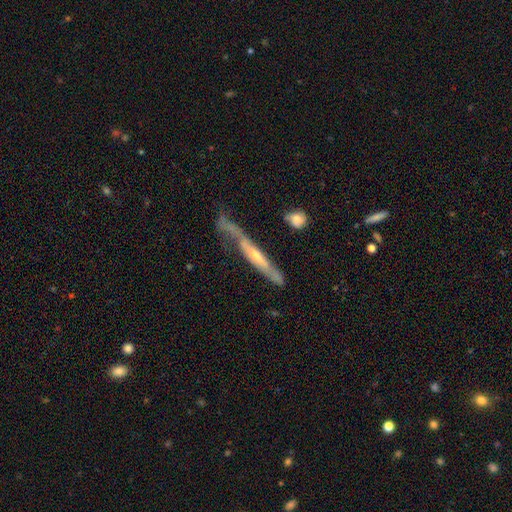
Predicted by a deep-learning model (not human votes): This is likely a featured or disk galaxy (73%). It is likely viewed edge-on (79%). Edge-on bulge: possibly rounded (58%). Merging: possibly none (49%).